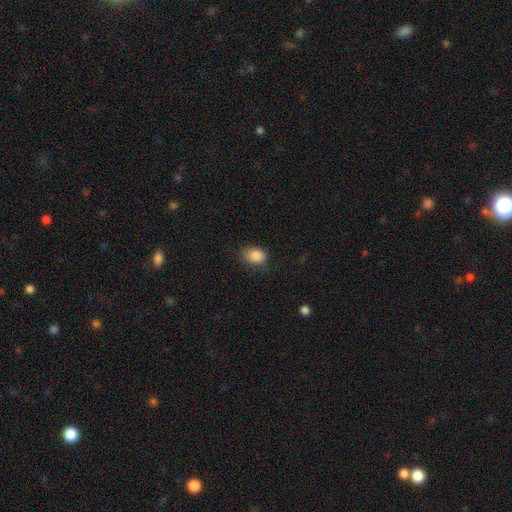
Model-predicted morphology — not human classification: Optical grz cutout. It shows a smooth galaxy with no disk features (87%) that is in between round and cigar-shaped (66%). Merging: none (72%).